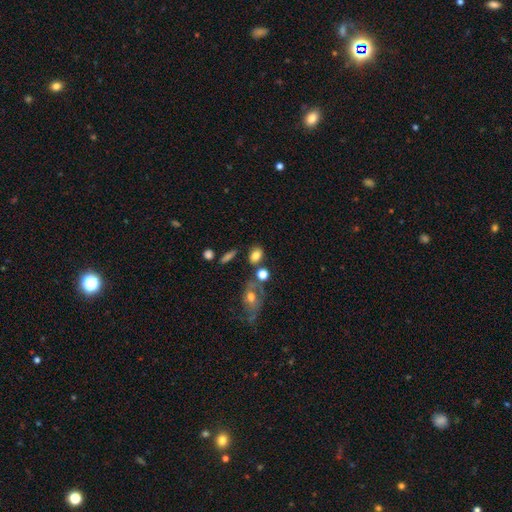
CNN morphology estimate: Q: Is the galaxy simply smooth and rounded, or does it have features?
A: smooth — 79%.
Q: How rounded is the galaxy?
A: in between — 70%.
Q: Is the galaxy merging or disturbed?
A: none — 65%.